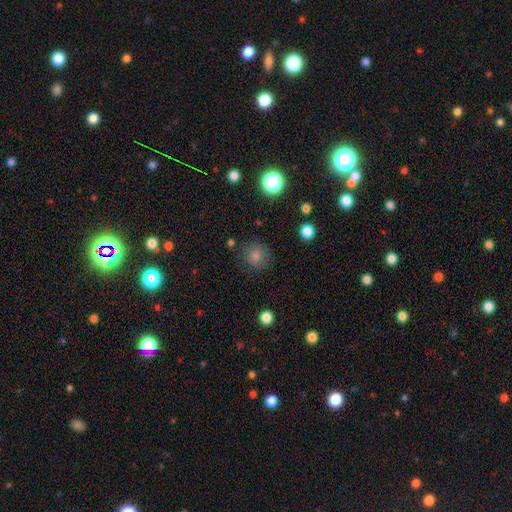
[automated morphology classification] This is clearly a smooth galaxy (81%). How rounded: clearly round (91%). Merging: clearly none (83%).